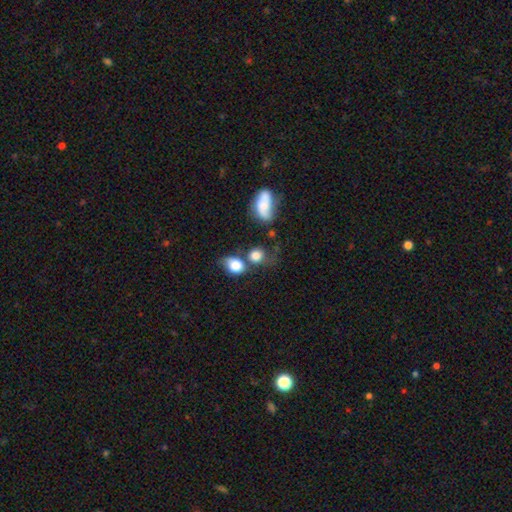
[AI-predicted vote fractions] A smooth galaxy with no disk features (80%) that is round (67%). Merging: none (39%).